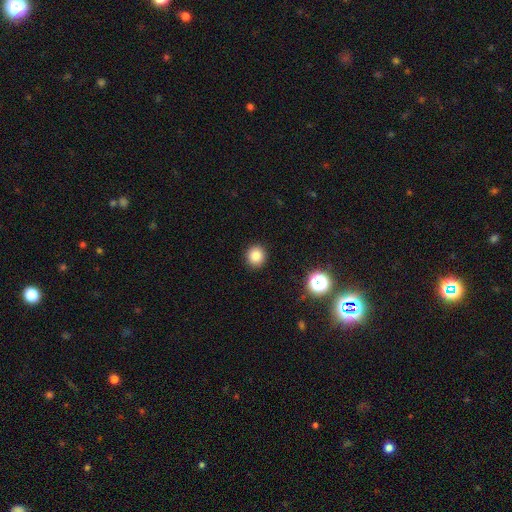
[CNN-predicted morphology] This is clearly a smooth galaxy (83%). How rounded: clearly round (90%). Merging: clearly none (92%).